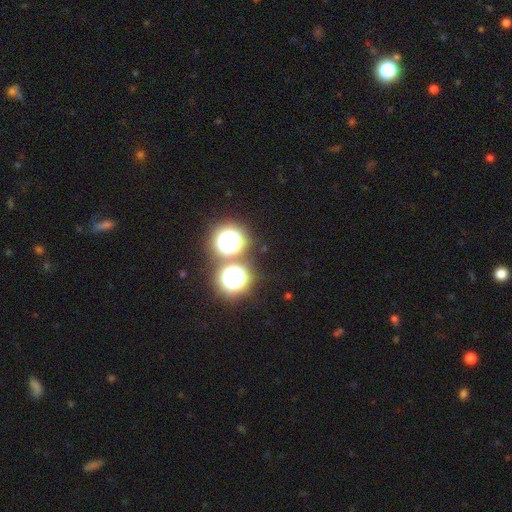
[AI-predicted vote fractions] Smooth or featured? Predicted: star or artifact (p=0.72).